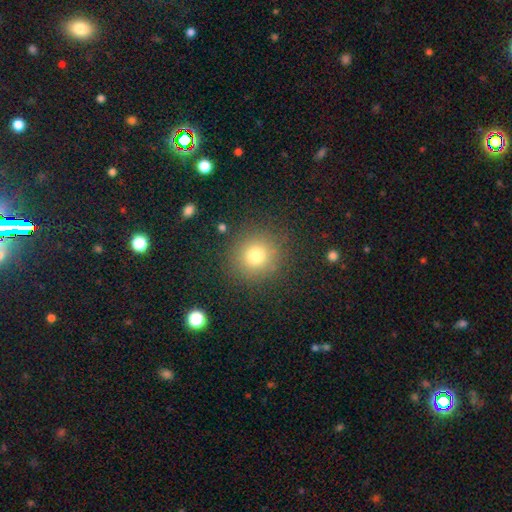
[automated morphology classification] This is likely a smooth galaxy (77%). How rounded: clearly round (92%). Merging: clearly none (87%).